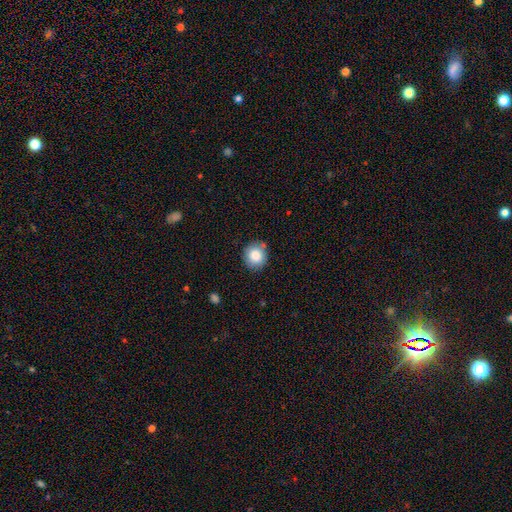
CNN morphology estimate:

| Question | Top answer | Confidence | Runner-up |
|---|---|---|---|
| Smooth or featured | smooth | 84% | star or artifact (9%) |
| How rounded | round | 86% | in between (13%) |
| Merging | none | 81% | minor disturbance (13%) |